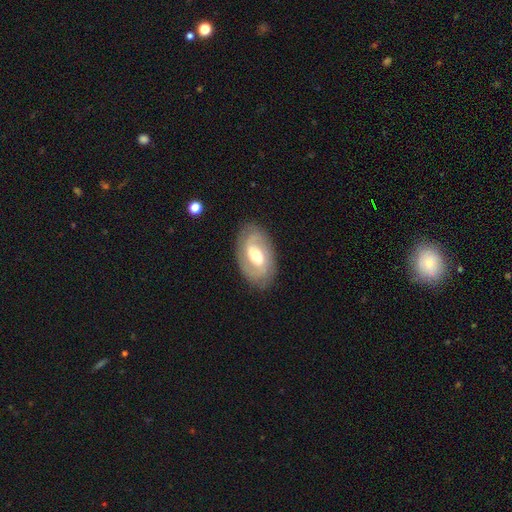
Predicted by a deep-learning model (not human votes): Overall: featured or disk (74%). Edge-on disk: no (95%). Bar: weak (48%; no 30%). Spiral arms: yes (81%). Spiral arm count: 2 (74%). Spiral winding: tight (41%; medium 40%). Bulge size: moderate (70%). Merging: none (82%).